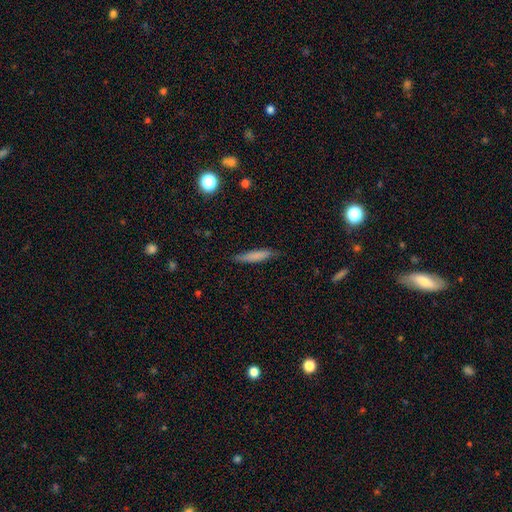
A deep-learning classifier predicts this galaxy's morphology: Q: Smooth or featured?
A: smooth (75%); runner-up: featured or disk (18%)
Q: How rounded?
A: cigar-shaped (85%); runner-up: in between (13%)
Q: Merging?
A: none (80%); runner-up: minor disturbance (15%)